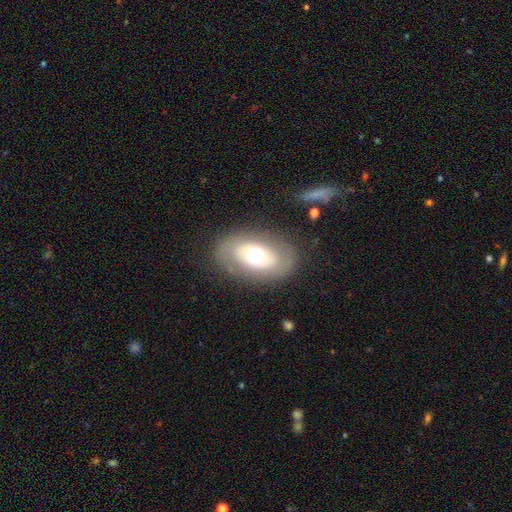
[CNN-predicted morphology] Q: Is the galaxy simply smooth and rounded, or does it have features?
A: smooth — 47%.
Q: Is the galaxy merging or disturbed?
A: none — 80%.